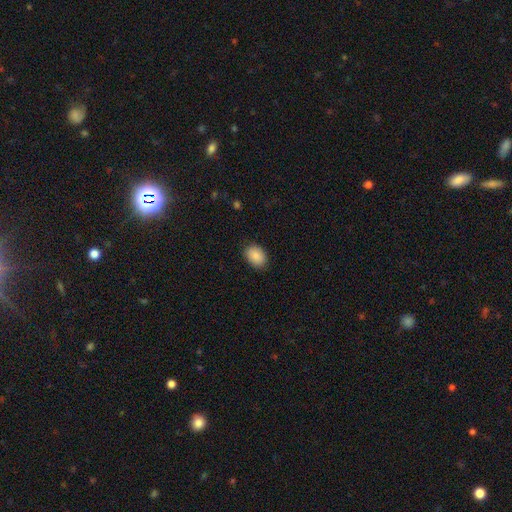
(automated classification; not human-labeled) Smooth or featured?
  - smooth: 88% *
  - star or artifact: 7%
  - featured or disk: 5%
How rounded?
  - in between: 81% *
  - round: 18%
  - cigar-shaped: 1%
Merging?
  - none: 87% *
  - minor disturbance: 10%
  - major disturbance: 2%
  - merger: 1%